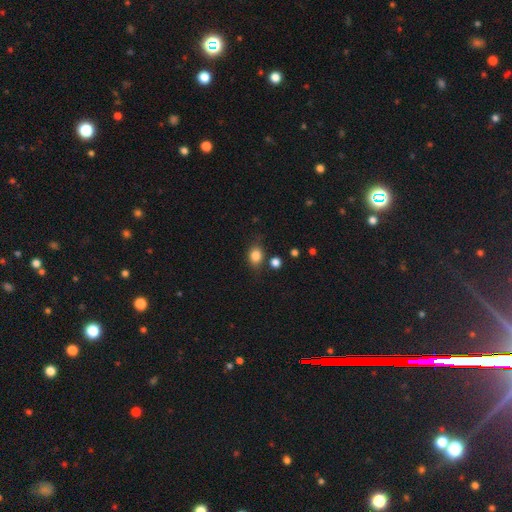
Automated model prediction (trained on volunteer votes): Smooth or featured? Predicted: smooth (p=0.82). How rounded? Predicted: round (p=0.50). Merging? Predicted: none (p=0.70).